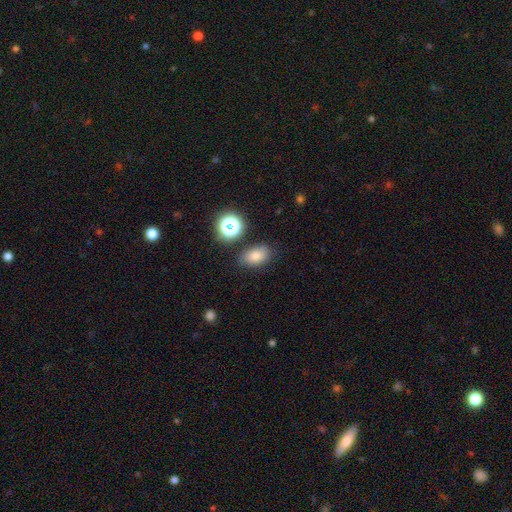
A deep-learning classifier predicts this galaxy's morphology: Overall: smooth (76%). How rounded: in between (83%). Merging: none (80%).